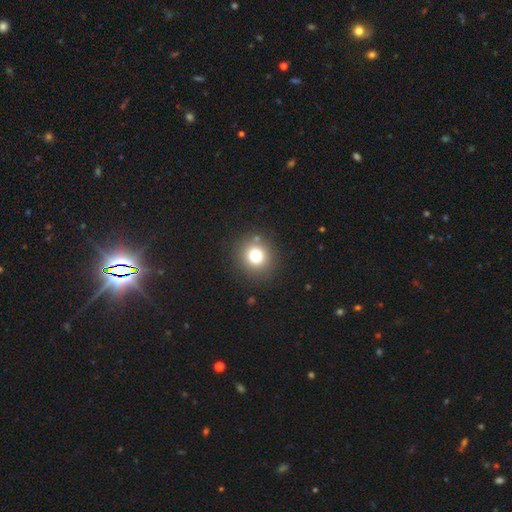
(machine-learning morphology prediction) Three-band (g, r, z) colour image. It shows a smooth galaxy with no disk features (76%) that is round (89%). Merging: none (87%).